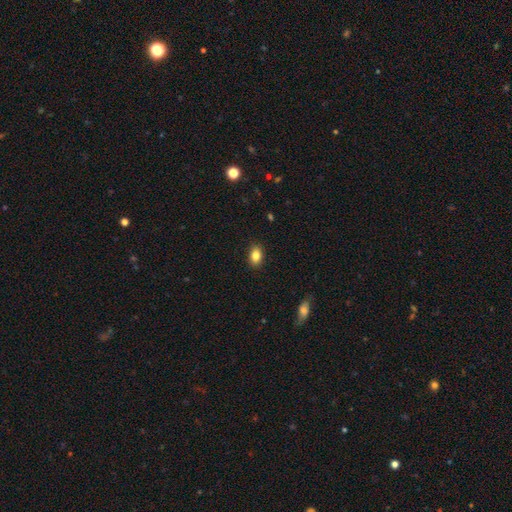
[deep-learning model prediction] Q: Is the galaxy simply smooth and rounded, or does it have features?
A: smooth — 84%.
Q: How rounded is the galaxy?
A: in between — 81%.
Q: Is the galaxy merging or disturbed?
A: none — 89%.